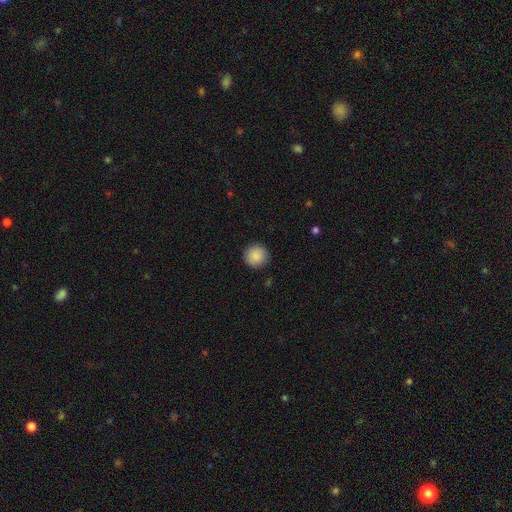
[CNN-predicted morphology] Smooth or featured: smooth — 89% (star or artifact — 8%)
How rounded: round — 95% (in between — 4%)
Merging: none — 91% (minor disturbance — 6%)